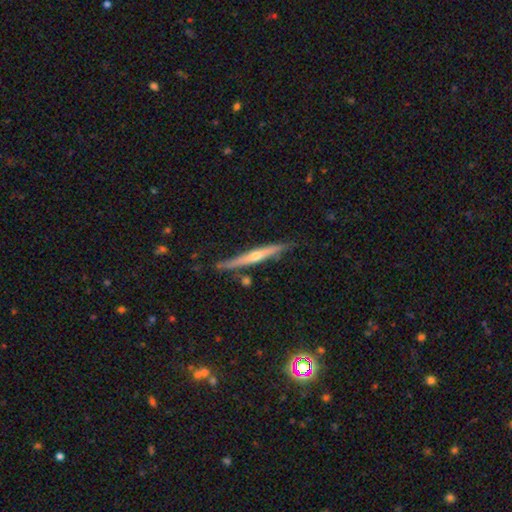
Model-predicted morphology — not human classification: The model was most divided on "smooth or featured": featured or disk: 64%, smooth: 30%, star or artifact: 6%. More confident: edge-on disk — yes (96%); merging — none (77%); edge-on bulge — rounded (74%).